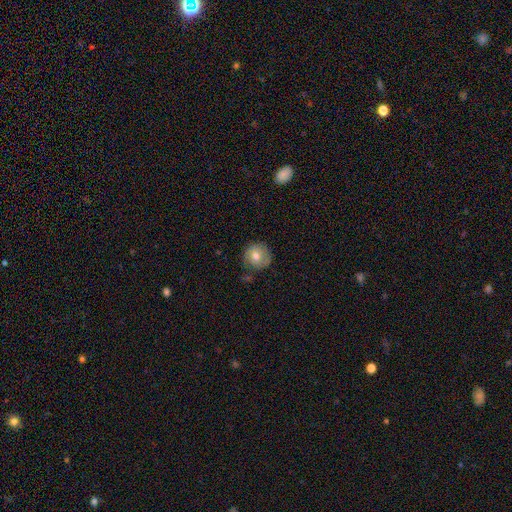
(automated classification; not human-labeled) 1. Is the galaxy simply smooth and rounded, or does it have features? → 58% smooth, 34% featured or disk, 8% star or artifact.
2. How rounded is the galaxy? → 90% round, 9% in between, 1% cigar-shaped.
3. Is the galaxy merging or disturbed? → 71% none, 20% minor disturbance, 6% major disturbance, 3% merger.